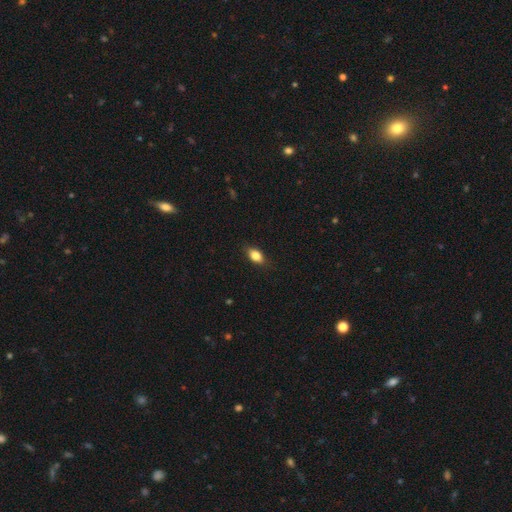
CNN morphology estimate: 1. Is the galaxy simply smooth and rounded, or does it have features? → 83% smooth, 8% star or artifact, 8% featured or disk.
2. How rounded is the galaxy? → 84% in between, 12% round, 4% cigar-shaped.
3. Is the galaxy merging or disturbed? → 85% none, 12% minor disturbance, 3% major disturbance, 1% merger.